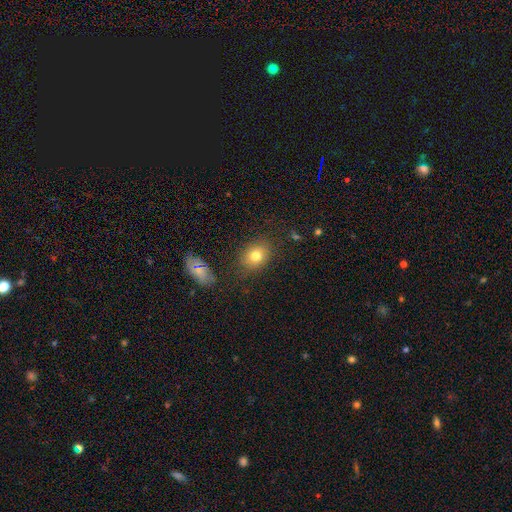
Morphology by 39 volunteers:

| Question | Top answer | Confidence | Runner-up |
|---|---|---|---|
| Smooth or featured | smooth | 79% | featured or disk (10%) |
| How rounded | round | 52% | in between (45%) |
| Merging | none | 91% | minor disturbance (9%) |